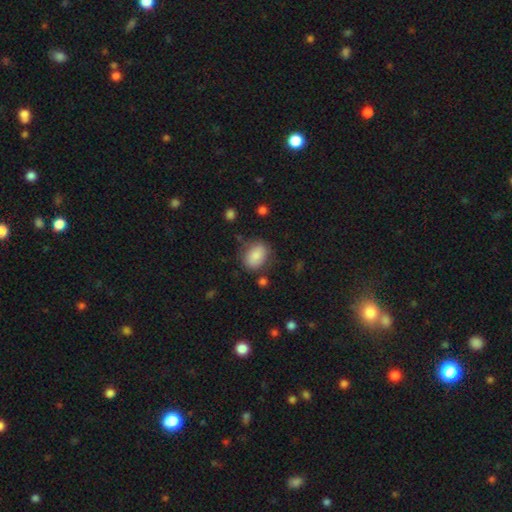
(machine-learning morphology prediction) type=smooth (84%); roundness=in between (71%); merging=none (73%).